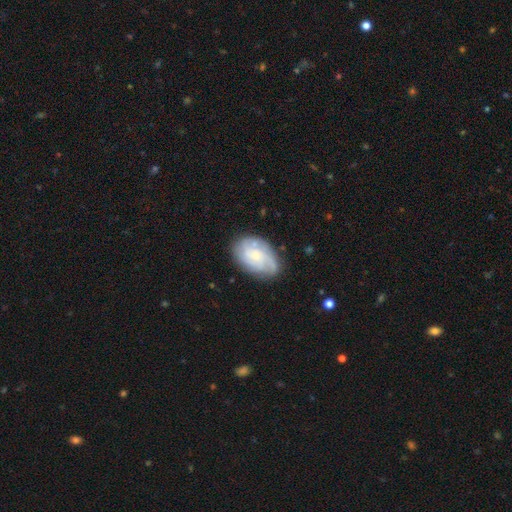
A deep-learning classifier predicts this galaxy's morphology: smooth_or_featured: featured or disk (p=0.59) [alt: smooth p=0.34]
disk_edge_on: no (p=0.96) [alt: yes p=0.04]
bar: no (p=0.72) [alt: weak p=0.25]
has_spiral_arms: yes (p=0.85) [alt: no p=0.15]
bulge_size: small (p=0.60) [alt: moderate p=0.27]
merging: none (p=0.71) [alt: minor disturbance p=0.21]